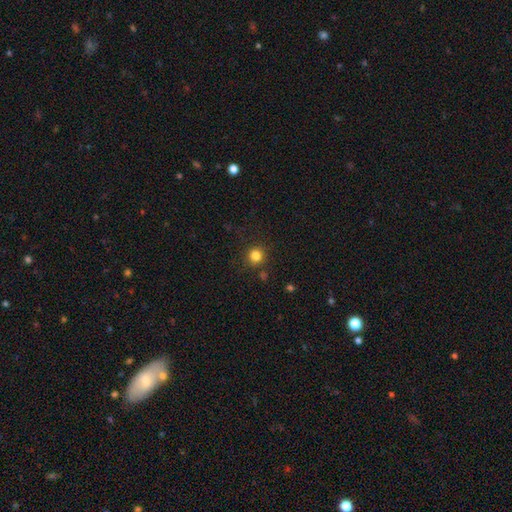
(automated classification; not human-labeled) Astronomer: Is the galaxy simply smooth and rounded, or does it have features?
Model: smooth — 82%.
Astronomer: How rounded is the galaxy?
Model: round — 93%.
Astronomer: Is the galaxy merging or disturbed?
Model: none — 87%.